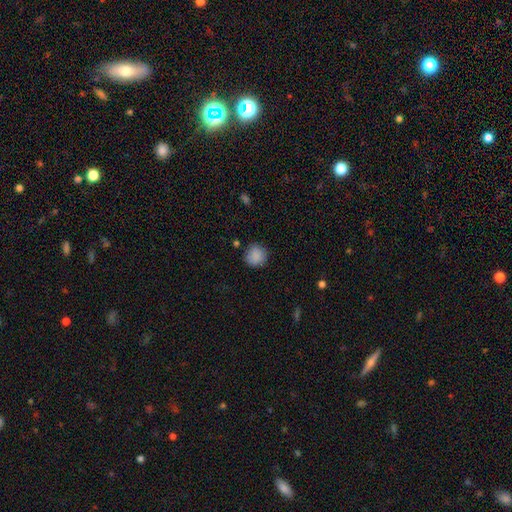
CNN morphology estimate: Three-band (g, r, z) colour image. It shows a smooth galaxy with no disk features (88%) that is round (90%). Merging: none (83%).